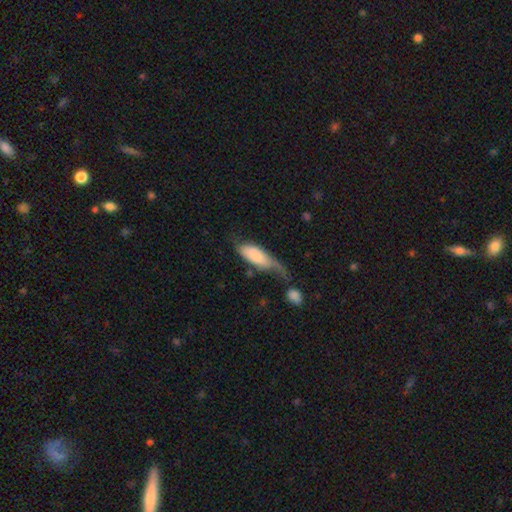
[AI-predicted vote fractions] smooth 70%, featured or disk 24%, star or artifact 6%. Down the decision tree: how rounded — in between (79%); merging — major disturbance (34%).